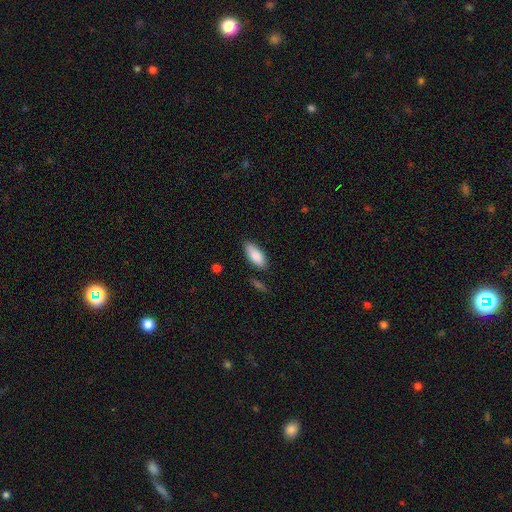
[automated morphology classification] The model was most divided on "merging": none: 81%, minor disturbance: 14%, major disturbance: 3%, merger: 3%. More confident: smooth or featured — smooth (87%); how rounded — in between (84%).